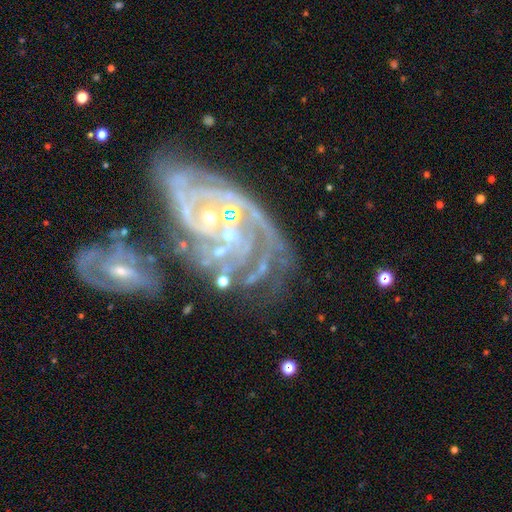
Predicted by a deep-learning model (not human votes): Overall: featured or disk (89%). Edge-on disk: no (96%). Bar: no (54%; weak 30%). Spiral arms: yes (97%). Spiral arm count: 3 (25%; can't tell 21%). Spiral winding: tight (67%). Bulge size: small (66%; moderate 29%). Merging: none (39%; merger 35%).